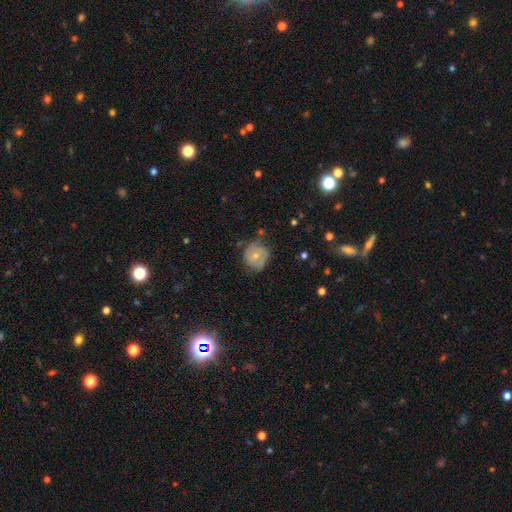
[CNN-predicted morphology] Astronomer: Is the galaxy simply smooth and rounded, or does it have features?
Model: featured or disk — 47% (runner-up: smooth, 45%).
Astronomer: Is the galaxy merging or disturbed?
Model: none — 60%.